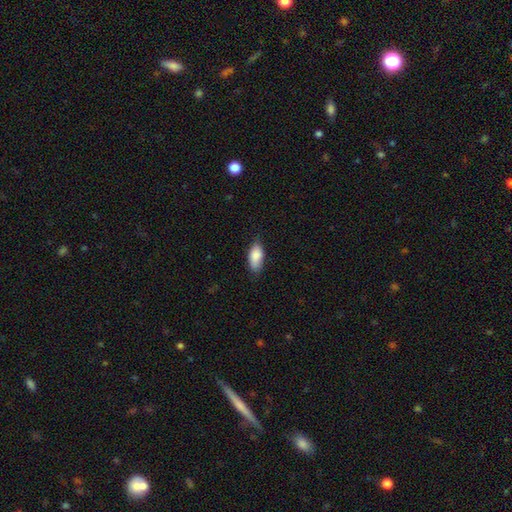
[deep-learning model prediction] A smooth galaxy with no disk features (86%) that is in between round and cigar-shaped (88%).

Vote fractions:
- Smooth or featured? smooth: 86% / featured or disk: 8% / star or artifact: 6%
- How rounded? in between: 88% / cigar-shaped: 10% / round: 3%
- Merging? none: 72% / minor disturbance: 23% / major disturbance: 4% / merger: 1%